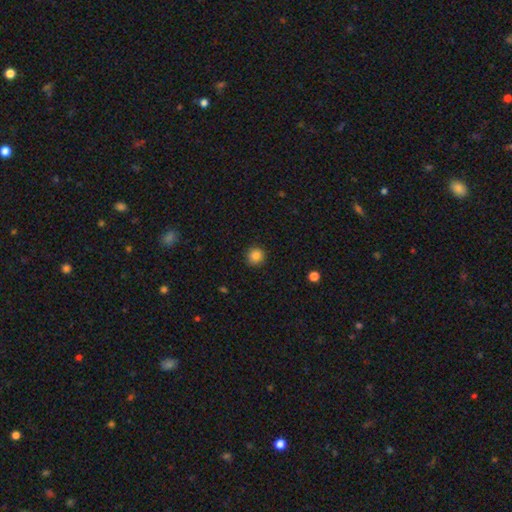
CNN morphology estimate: smooth-or-featured: smooth: 85% | star or artifact: 10% | featured or disk: 5%
  how-rounded: round: 94% | in between: 5% | cigar-shaped: 1%
  merging: none: 92% | minor disturbance: 5% | major disturbance: 2% | merger: 1%